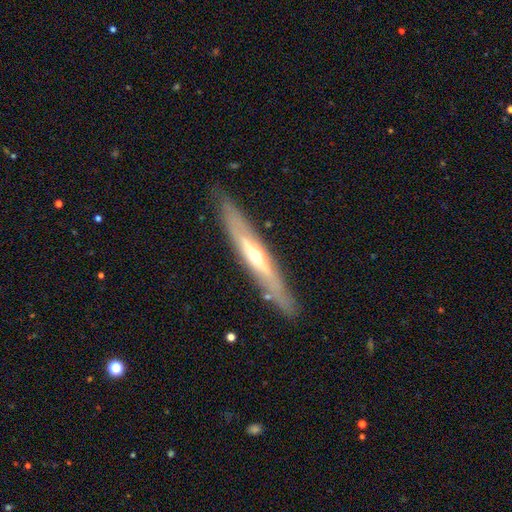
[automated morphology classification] Overall: featured or disk (68%). Edge-on disk: yes (84%). Edge-on bulge: rounded (81%). Merging: none (84%).